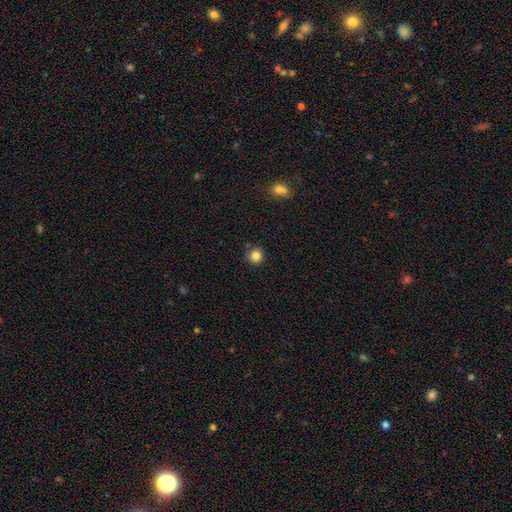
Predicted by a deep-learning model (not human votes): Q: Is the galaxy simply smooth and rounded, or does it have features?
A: smooth — 84%.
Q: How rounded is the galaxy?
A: round — 93%.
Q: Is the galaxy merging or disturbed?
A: none — 85%.